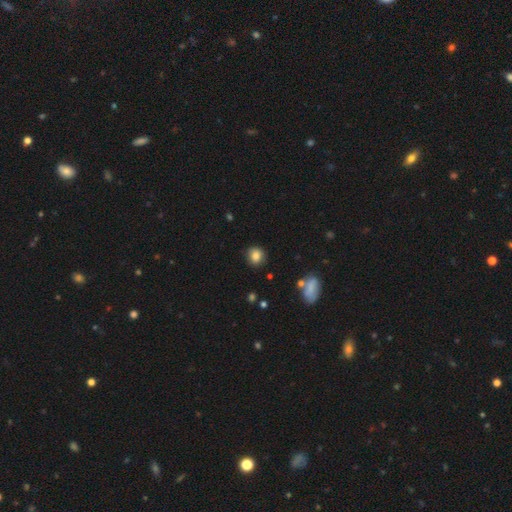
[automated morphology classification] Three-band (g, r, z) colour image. It shows a smooth galaxy with no disk features (83%) that is round (83%). Merging: none (85%).